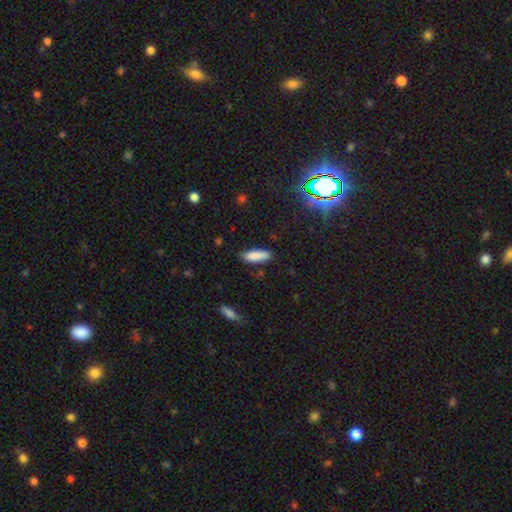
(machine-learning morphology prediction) This appears to be a smooth galaxy with no disk features (87%) that is cigar-shaped (51%). Merging: none (83%).